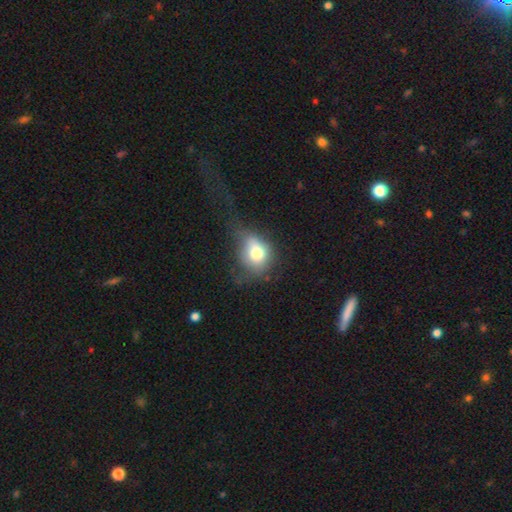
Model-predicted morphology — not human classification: type=smooth (70%); roundness=round (50%); merging=none (35%).